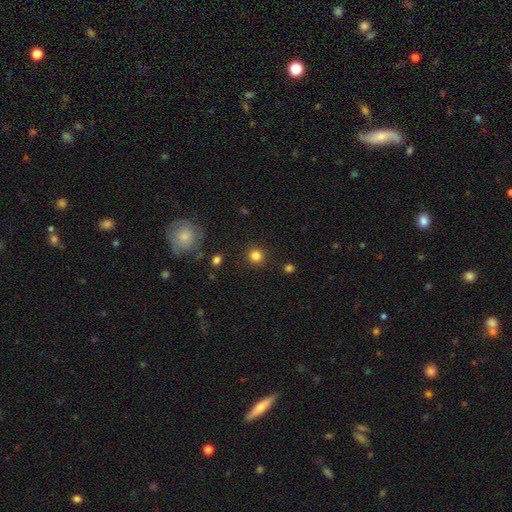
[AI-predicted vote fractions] A smooth galaxy with no disk features (83%) that is round (92%).

Vote fractions:
- Smooth or featured? smooth: 83% / star or artifact: 12% / featured or disk: 5%
- How rounded? round: 92% / in between: 7% / cigar-shaped: 1%
- Merging? none: 90% / minor disturbance: 6% / major disturbance: 2% / merger: 2%